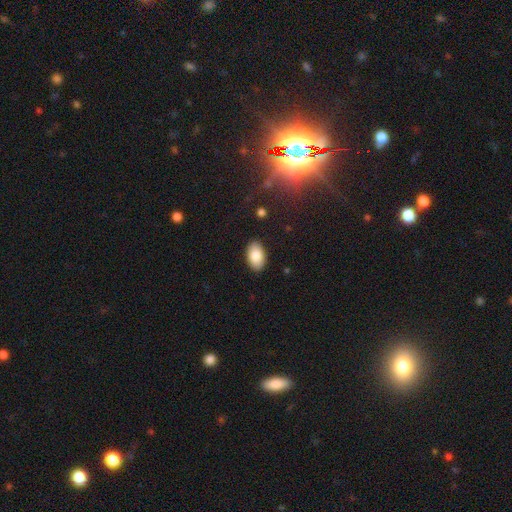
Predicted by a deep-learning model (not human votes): Smooth or featured?
  - smooth: 86% *
  - featured or disk: 8%
  - star or artifact: 7%
How rounded?
  - in between: 94% *
  - round: 5%
  - cigar-shaped: 1%
Merging?
  - none: 88% *
  - minor disturbance: 9%
  - major disturbance: 2%
  - merger: 1%